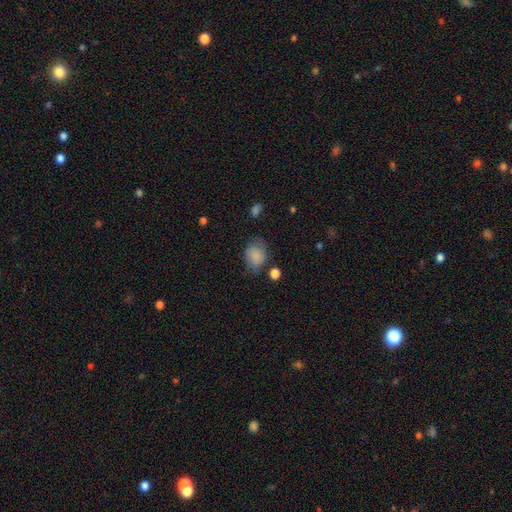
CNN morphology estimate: Q: Smooth or featured?
A: smooth (79%); runner-up: featured or disk (12%)
Q: How rounded?
A: in between (59%); runner-up: round (40%)
Q: Merging?
A: none (56%); runner-up: minor disturbance (30%)